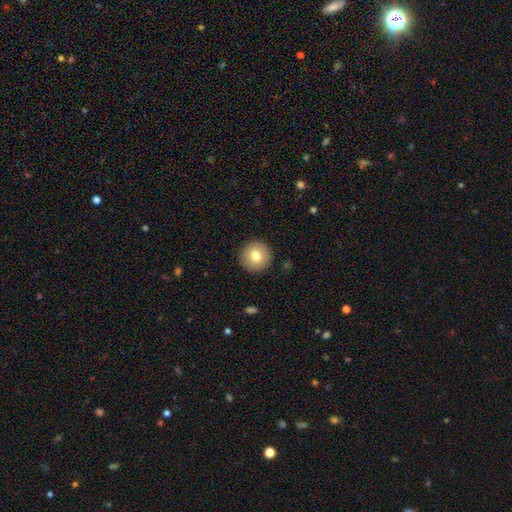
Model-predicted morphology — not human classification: type=smooth (78%); roundness=round (96%); merging=none (92%).